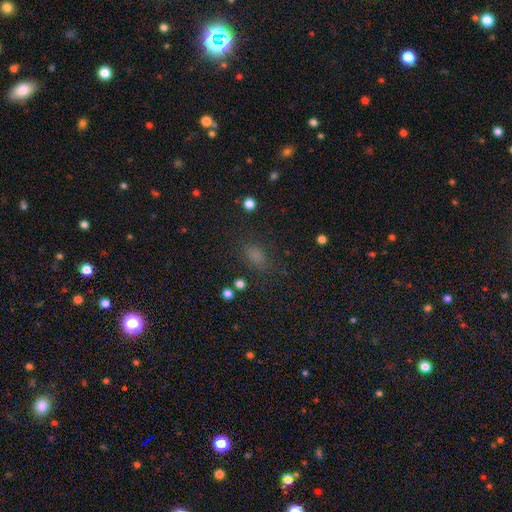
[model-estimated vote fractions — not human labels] Morphology: type=smooth (73%); roundness=in between (79%); merging=none (77%).